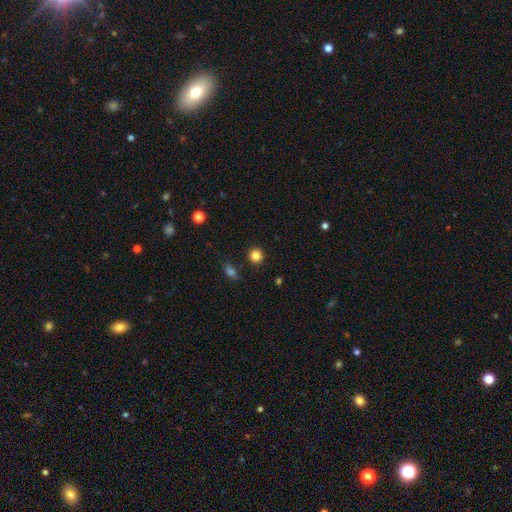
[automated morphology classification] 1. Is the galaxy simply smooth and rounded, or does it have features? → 84% smooth, 12% star or artifact, 5% featured or disk.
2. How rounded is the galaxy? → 91% round, 8% in between, 1% cigar-shaped.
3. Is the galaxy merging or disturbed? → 90% none, 6% minor disturbance, 2% merger, 2% major disturbance.